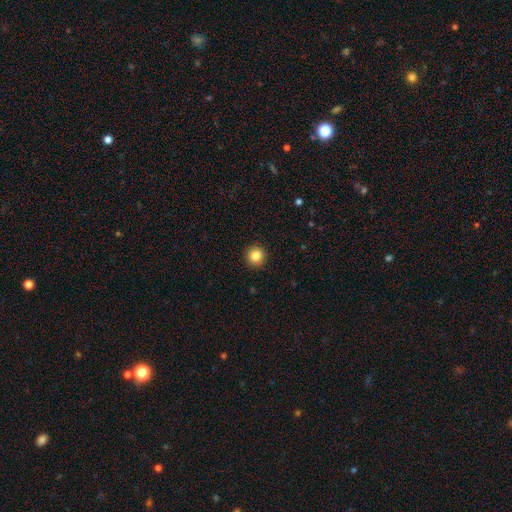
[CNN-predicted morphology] Smooth or featured: smooth — 83% (star or artifact — 10%)
How rounded: round — 95% (in between — 4%)
Merging: none — 93% (minor disturbance — 5%)